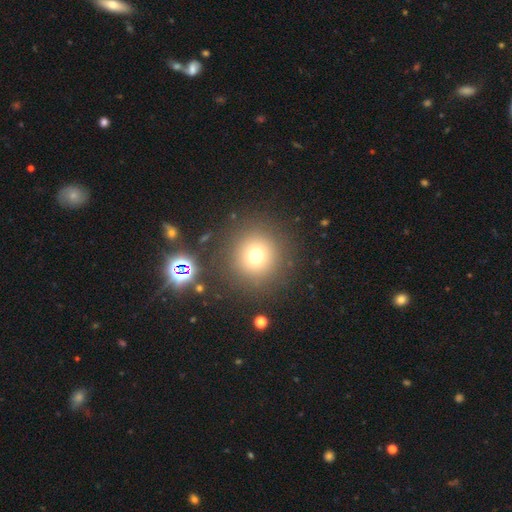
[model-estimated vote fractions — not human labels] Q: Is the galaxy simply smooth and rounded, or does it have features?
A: smooth — 71%.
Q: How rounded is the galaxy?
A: round — 95%.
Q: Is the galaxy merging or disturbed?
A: none — 87%.